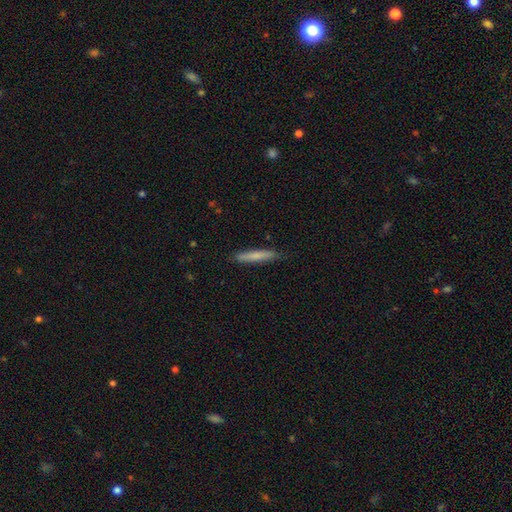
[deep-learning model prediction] Smooth or featured? smooth (73%)
How rounded? cigar-shaped (93%)
Merging? none (87%)